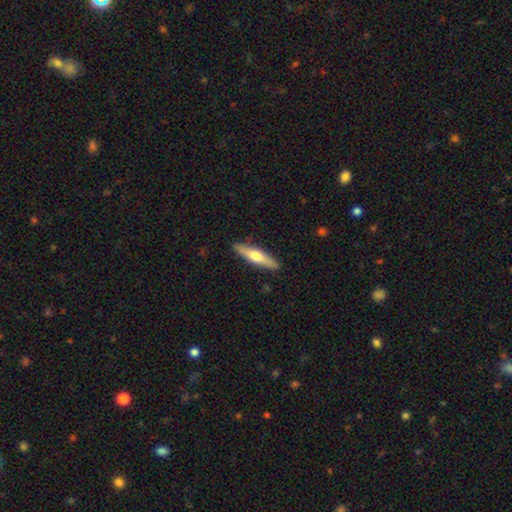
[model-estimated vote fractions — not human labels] This appears to be a featured or disk galaxy (48%). Merging: none (89%).